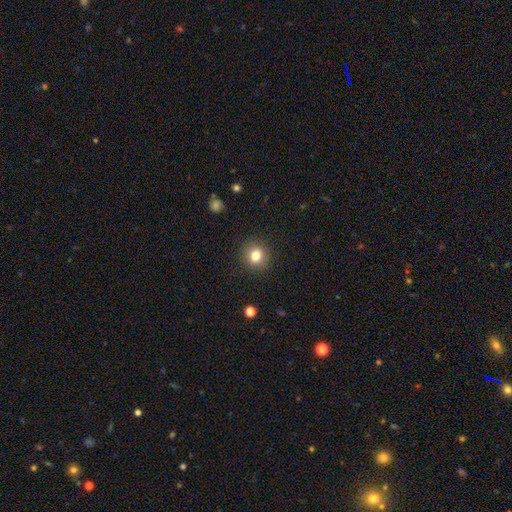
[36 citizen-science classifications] This appears to be a smooth galaxy with no disk features (92%) that is round (88%). Merging: none (91%).